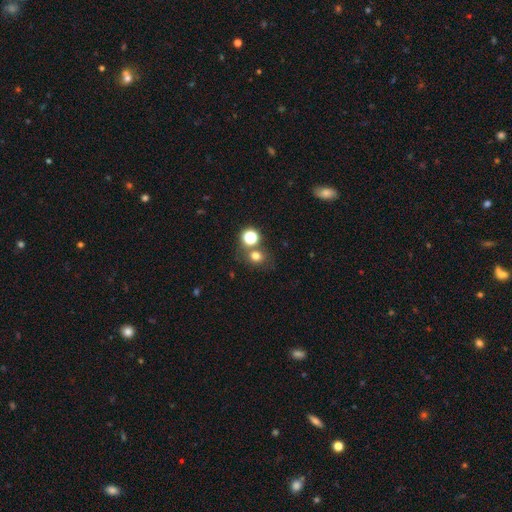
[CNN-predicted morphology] Overall: smooth (70%). How rounded: round (74%). Merging: none (65%).